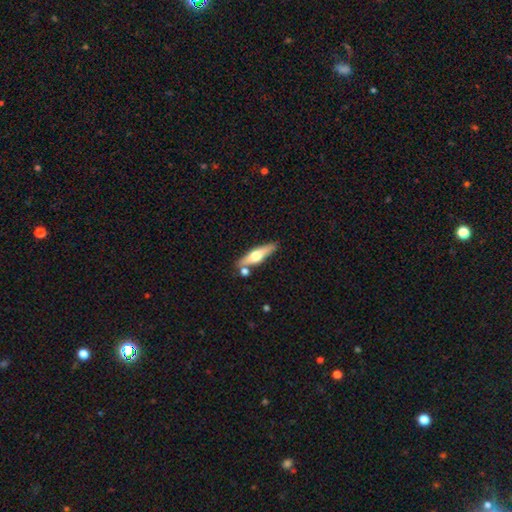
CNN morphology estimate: smooth-or-featured: featured or disk: 56% | smooth: 38% | star or artifact: 5%
  disk-edge-on: yes: 93% | no: 7%
    edge-on-bulge: rounded: 95% | boxy: 3% | none: 2%
  merging: none: 77% | minor disturbance: 10% | merger: 10% | major disturbance: 3%